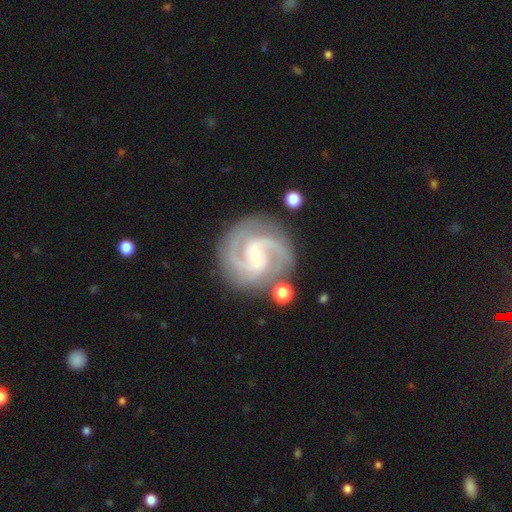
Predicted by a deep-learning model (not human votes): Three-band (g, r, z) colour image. It shows a featured or disk galaxy (93%) with a weak bar (49%), 2 (59%) medium (53%) spiral arms (99%) and a small central bulge (60%). Merging: none (81%).